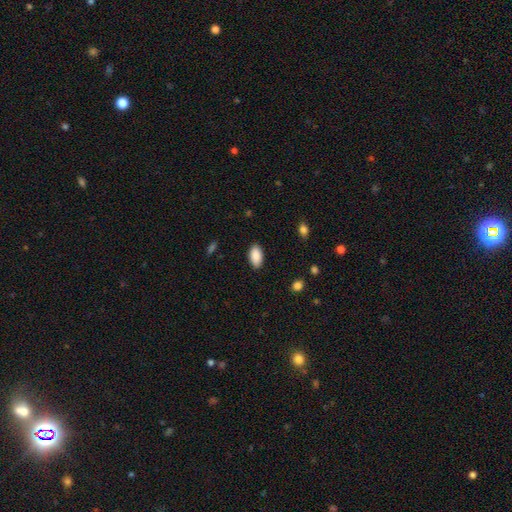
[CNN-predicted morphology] Smooth or featured?
  - smooth: 90% *
  - star or artifact: 7%
  - featured or disk: 4%
How rounded?
  - in between: 95% *
  - round: 3%
  - cigar-shaped: 3%
Merging?
  - none: 87% *
  - minor disturbance: 10%
  - major disturbance: 2%
  - merger: 1%